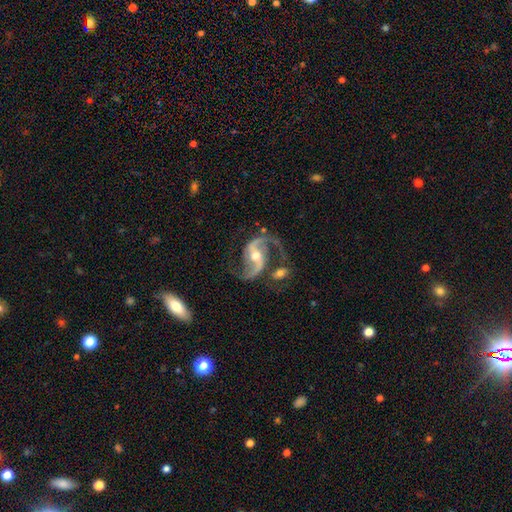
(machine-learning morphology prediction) Smooth or featured? featured or disk (92%)
Edge-on disk? no (98%)
Bar? strong (37%)
Spiral arms? yes (98%)
Spiral winding? loose (49%)
Spiral arm count? 2 (94%)
Bulge size? moderate (69%)
Merging? none (64%)